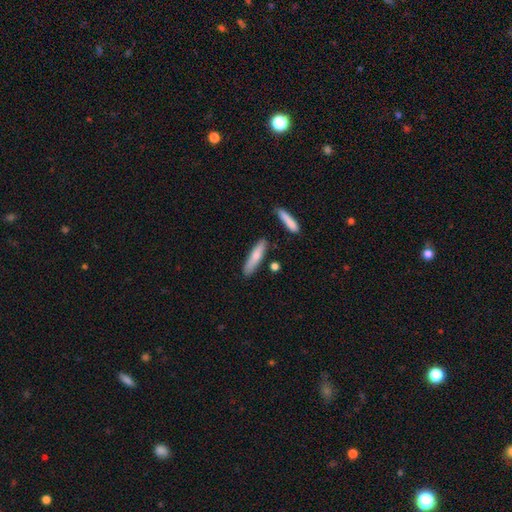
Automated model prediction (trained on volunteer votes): This appears to be a smooth galaxy with no disk features (73%) that is cigar-shaped (83%). Merging: none (81%).